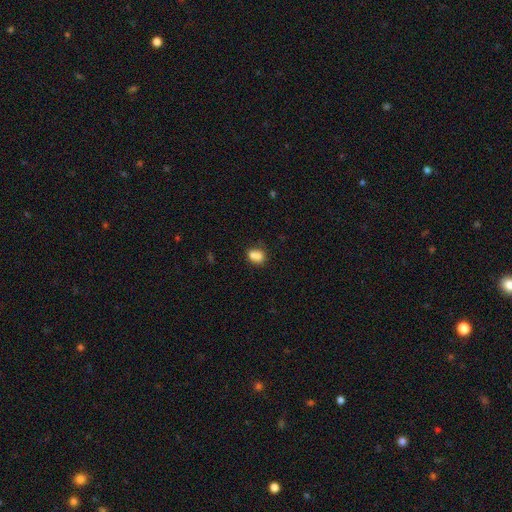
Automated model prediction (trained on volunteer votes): This is likely a smooth galaxy (76%). How rounded: possibly round (51%). Merging: possibly merger (47%).